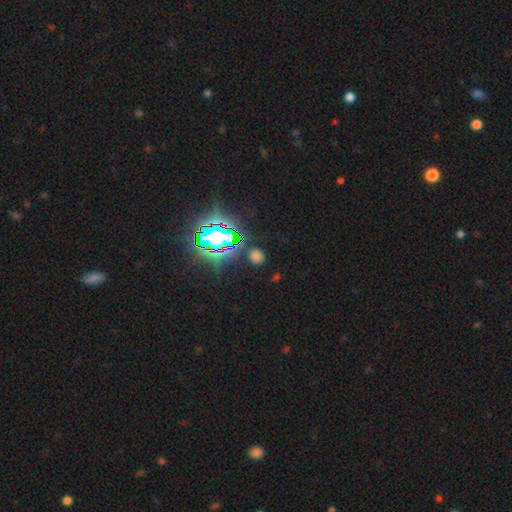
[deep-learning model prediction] Morphology: type=smooth (53%); roundness=round (74%); merging=none (85%).